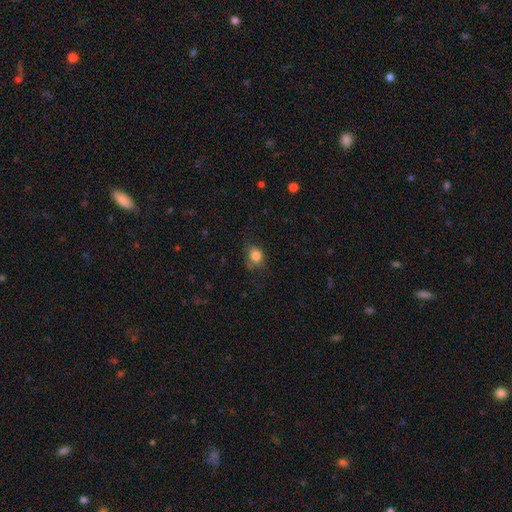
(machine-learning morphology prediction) smooth_or_featured: smooth (p=0.82) [alt: star or artifact p=0.11]
how_rounded: round (p=0.62) [alt: in between p=0.37]
merging: none (p=0.64) [alt: minor disturbance p=0.25]